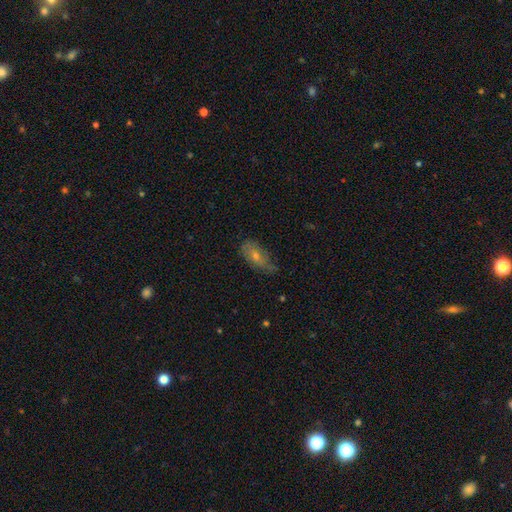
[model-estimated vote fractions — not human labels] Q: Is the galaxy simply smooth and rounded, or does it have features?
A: featured or disk — 46%.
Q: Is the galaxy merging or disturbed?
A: none — 60%.